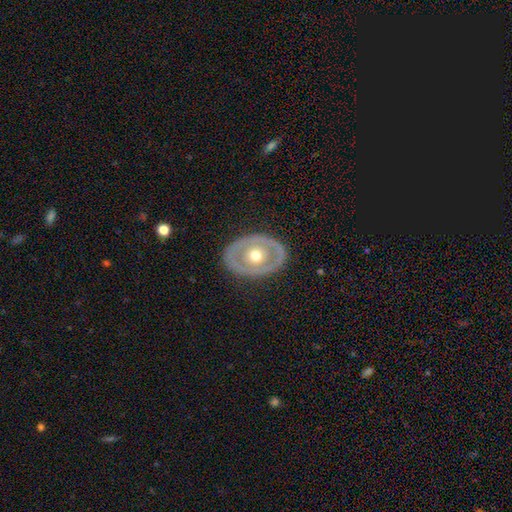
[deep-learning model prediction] This is likely a featured or disk galaxy (63%). It is clearly not viewed edge-on (91%). Bar: clearly no (91%). Spiral arm pattern: clearly no (89%). Central bulge: likely moderate (76%). Merging: clearly none (83%).